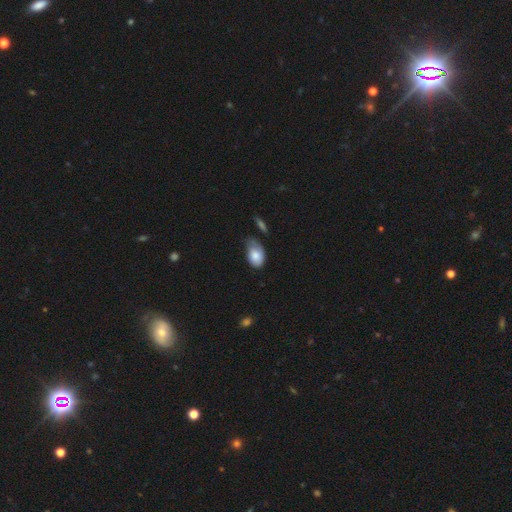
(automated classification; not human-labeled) smooth_or_featured: smooth (p=0.81) [alt: featured or disk p=0.12]
how_rounded: in between (p=0.89) [alt: round p=0.09]
merging: minor disturbance (p=0.41) [alt: none p=0.38]